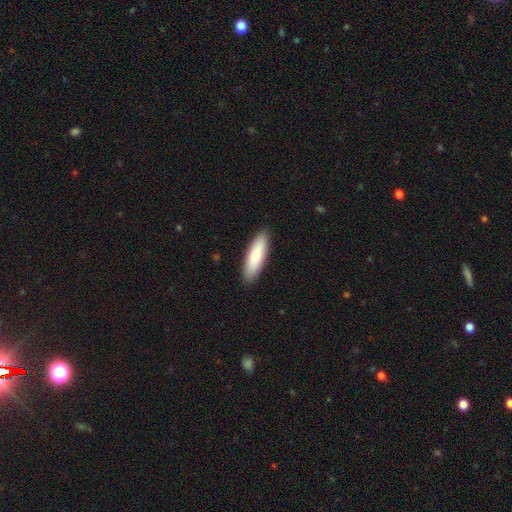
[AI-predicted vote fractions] Smooth or featured?
  - smooth: 79% *
  - featured or disk: 16%
  - star or artifact: 5%
How rounded?
  - cigar-shaped: 54% *
  - in between: 45%
  - round: 2%
Merging?
  - none: 90% *
  - minor disturbance: 7%
  - major disturbance: 2%
  - merger: 1%